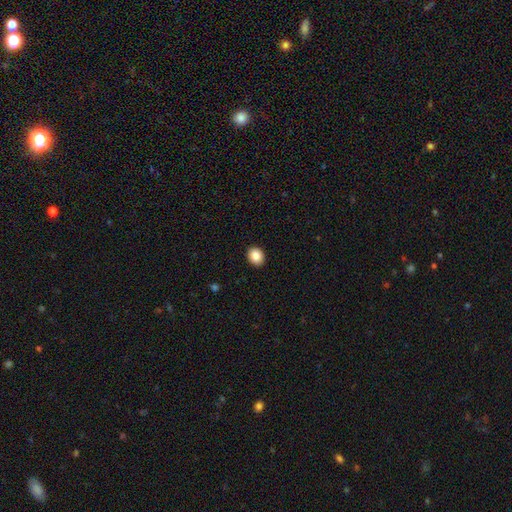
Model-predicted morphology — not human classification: A smooth galaxy with no disk features (87%) that is round (56%). Merging: none (92%).